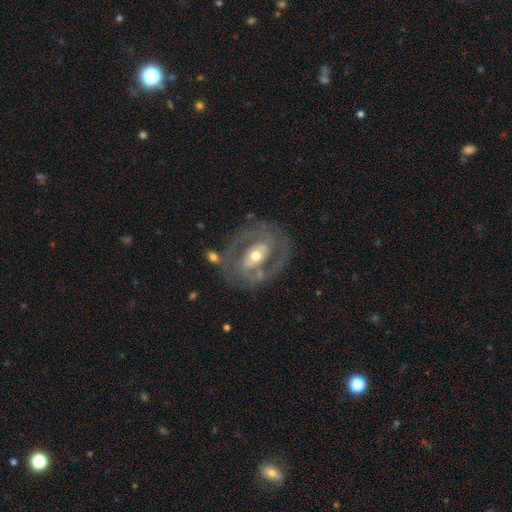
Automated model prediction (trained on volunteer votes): Smooth or featured? featured or disk (82%)
Edge-on disk? no (94%)
Bar? strong (44%)
Spiral arms? yes (72%)
Spiral winding? tight (50%)
Spiral arm count? 2 (72%)
Bulge size? moderate (56%)
Merging? none (72%)